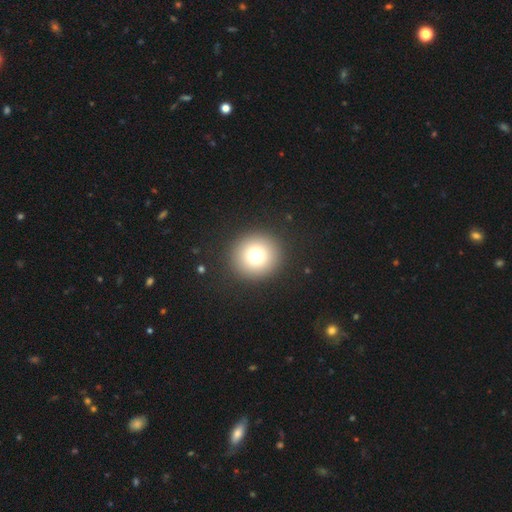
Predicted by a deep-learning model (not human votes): Smooth or featured: smooth — 76% (star or artifact — 13%)
How rounded: round — 94% (in between — 5%)
Merging: none — 92% (minor disturbance — 5%)